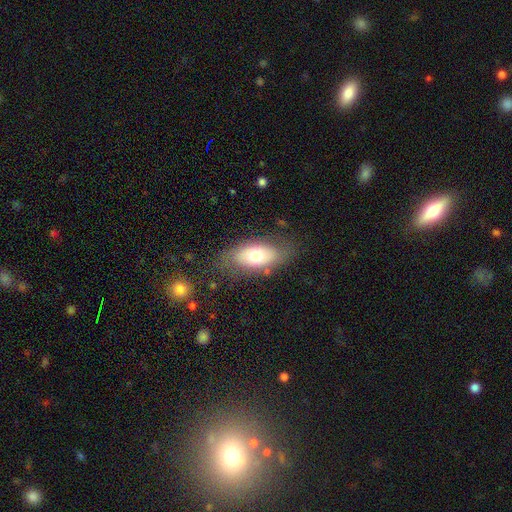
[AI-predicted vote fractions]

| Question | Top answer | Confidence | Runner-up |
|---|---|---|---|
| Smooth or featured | smooth | 65% | featured or disk (27%) |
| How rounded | in between | 90% | round (5%) |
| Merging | none | 73% | minor disturbance (18%) |